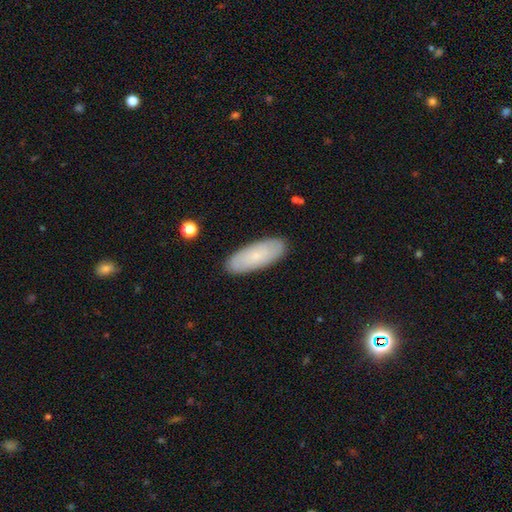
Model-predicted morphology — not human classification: Smooth or featured?
  - smooth: 69% *
  - featured or disk: 25%
  - star or artifact: 7%
How rounded?
  - in between: 73% *
  - cigar-shaped: 25%
  - round: 2%
Merging?
  - none: 88% *
  - minor disturbance: 9%
  - major disturbance: 2%
  - merger: 1%